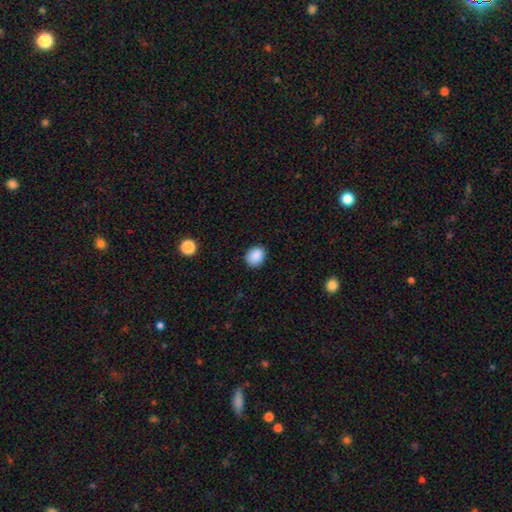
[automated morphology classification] smooth 89%, star or artifact 9%, featured or disk 3%. Down the decision tree: how rounded — round (59%); merging — none (88%).